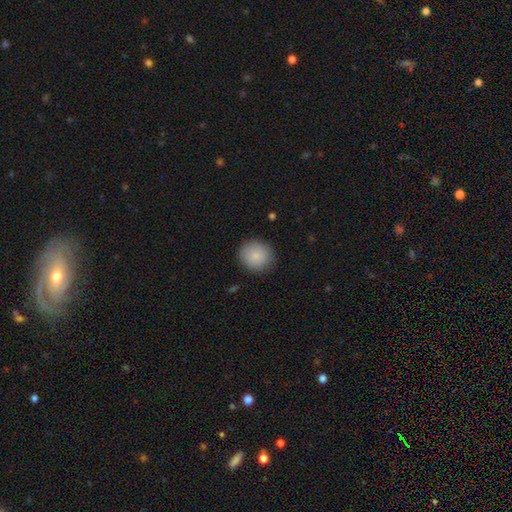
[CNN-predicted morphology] A smooth galaxy with no disk features (87%) that is round (84%).

Vote fractions:
- Smooth or featured? smooth: 87% / star or artifact: 8% / featured or disk: 6%
- How rounded? round: 84% / in between: 15% / cigar-shaped: 1%
- Merging? none: 86% / minor disturbance: 10% / major disturbance: 3% / merger: 1%